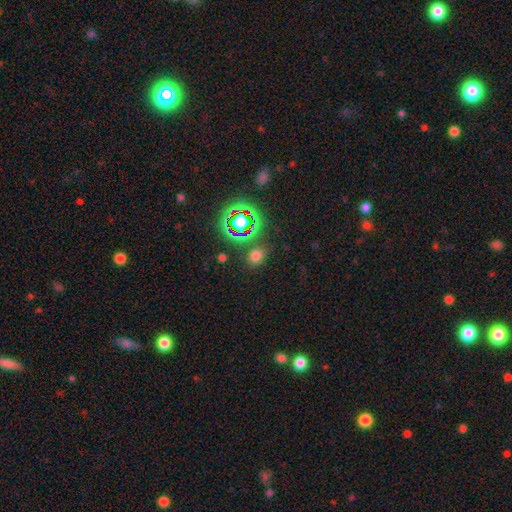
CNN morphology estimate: A smooth galaxy with no disk features (62%) that is round (62%). Merging: none (78%).